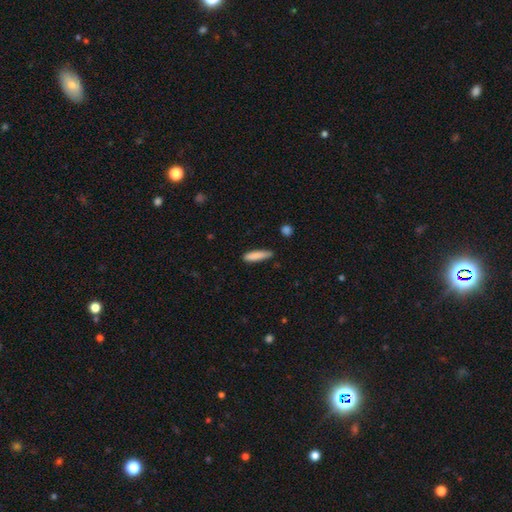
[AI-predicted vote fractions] The model was most divided on "how rounded": cigar-shaped: 76%, in between: 23%, round: 1%. More confident: smooth or featured — smooth (86%); merging — none (77%).